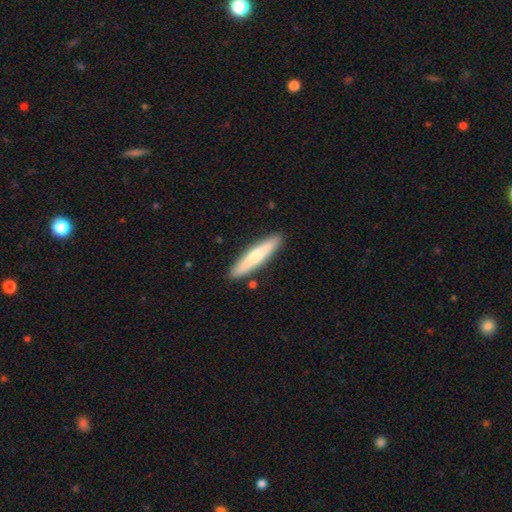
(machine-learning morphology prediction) This is likely a smooth galaxy (66%). How rounded: clearly cigar-shaped (90%). Merging: clearly none (88%).